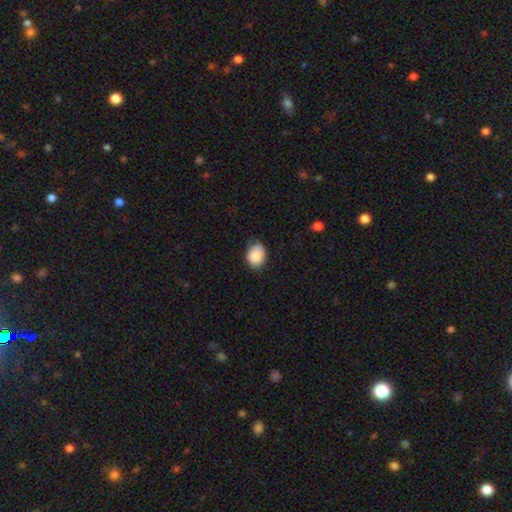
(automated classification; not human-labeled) smooth_or_featured: smooth (p=0.88) [alt: star or artifact p=0.07]
how_rounded: in between (p=0.67) [alt: round p=0.32]
merging: none (p=0.75) [alt: minor disturbance p=0.21]